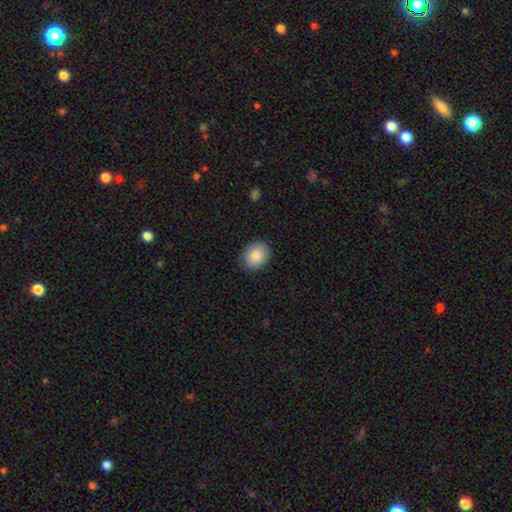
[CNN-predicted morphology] Smooth or featured?
  - smooth: 87% *
  - star or artifact: 7%
  - featured or disk: 6%
How rounded?
  - in between: 51% *
  - round: 48%
  - cigar-shaped: 1%
Merging?
  - none: 87% *
  - minor disturbance: 9%
  - major disturbance: 2%
  - merger: 1%